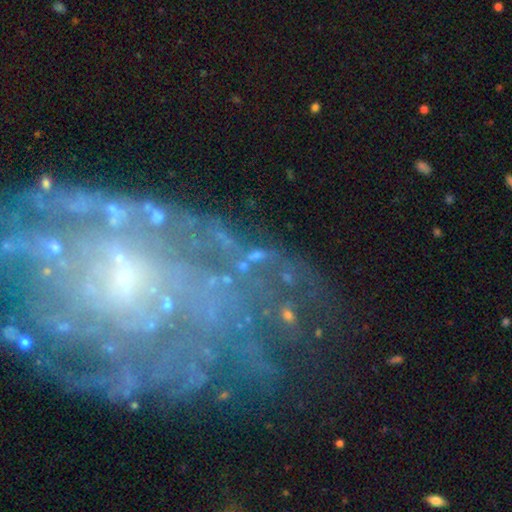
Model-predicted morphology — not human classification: Smooth or featured: featured or disk — 64% (star or artifact — 22%)
Edge-on disk: no — 94% (yes — 6%)
Bar: no — 66% (weak — 21%)
Spiral arms: yes — 70% (no — 30%)
Bulge size: small — 56% (none — 23%)
Merging: none — 57% (minor disturbance — 18%)